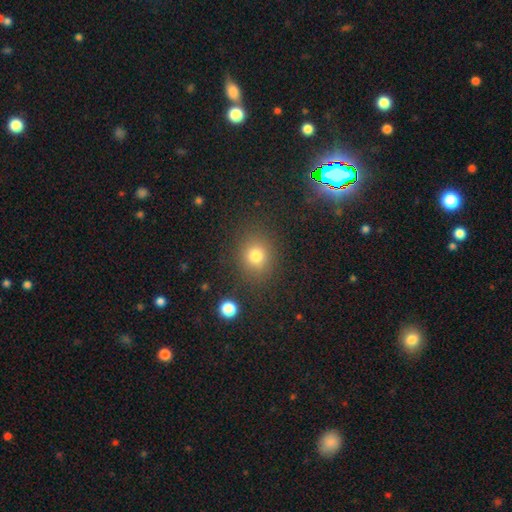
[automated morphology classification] The model was most divided on "how rounded": round: 73%, in between: 26%, cigar-shaped: 1%. More confident: merging — none (83%); smooth or featured — smooth (77%).